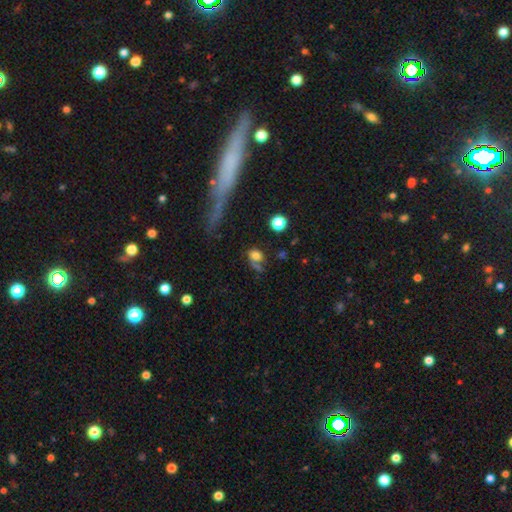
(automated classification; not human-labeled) Smooth or featured? Predicted: smooth (p=0.68). How rounded? Predicted: in between (p=0.56). Merging? Predicted: none (p=0.42).